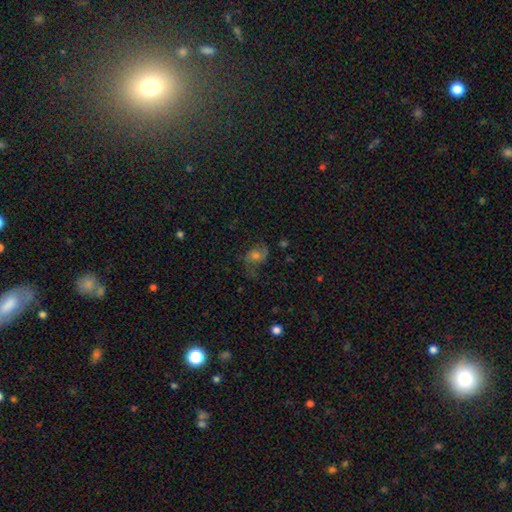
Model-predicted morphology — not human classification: A featured or disk galaxy (53%) with no bar (67%), spiral arms (87%) and a moderate central bulge (54%).

Vote fractions:
- Smooth or featured? featured or disk: 53% / smooth: 30% / star or artifact: 17%
- Edge-on disk? no: 96% / yes: 4%
- Bar? no: 67% / weak: 27% / strong: 6%
- Spiral arms? yes: 87% / no: 13%
- Bulge size? moderate: 54% / small: 27% / large: 12% / none: 5% / dominant: 3%
- Merging? none: 62% / minor disturbance: 19% / major disturbance: 16% / merger: 2%